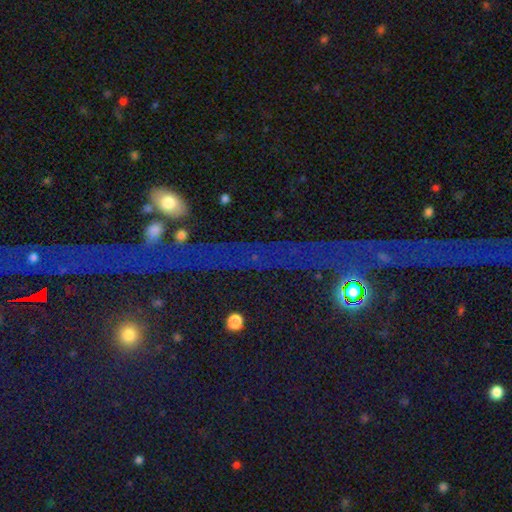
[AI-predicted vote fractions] Smooth or featured?
  - star or artifact: 68% *
  - smooth: 17%
  - featured or disk: 15%